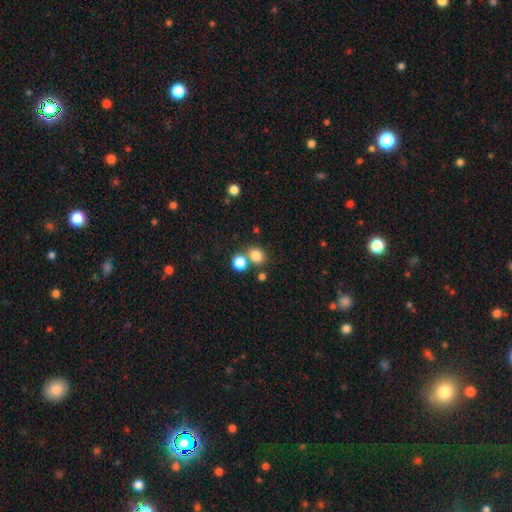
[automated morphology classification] smooth-or-featured: smooth: 81% | star or artifact: 13% | featured or disk: 6%
  how-rounded: round: 74% | in between: 25% | cigar-shaped: 1%
  merging: none: 63% | merger: 26% | minor disturbance: 8% | major disturbance: 3%